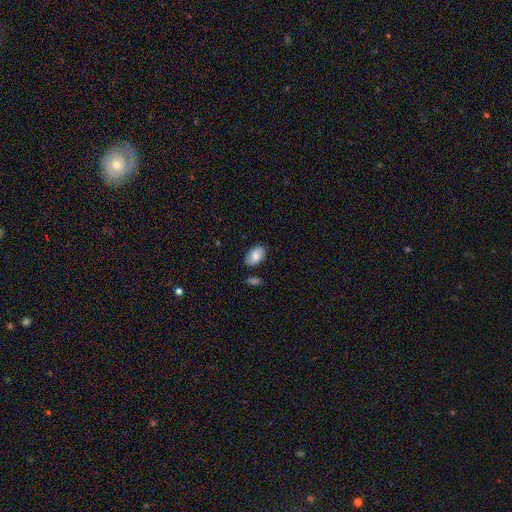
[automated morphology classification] A smooth galaxy with no disk features (80%) that is in between round and cigar-shaped (92%).

Vote fractions:
- Smooth or featured? smooth: 80% / featured or disk: 12% / star or artifact: 7%
- How rounded? in between: 92% / round: 7% / cigar-shaped: 1%
- Merging? none: 75% / minor disturbance: 18% / merger: 4% / major disturbance: 3%